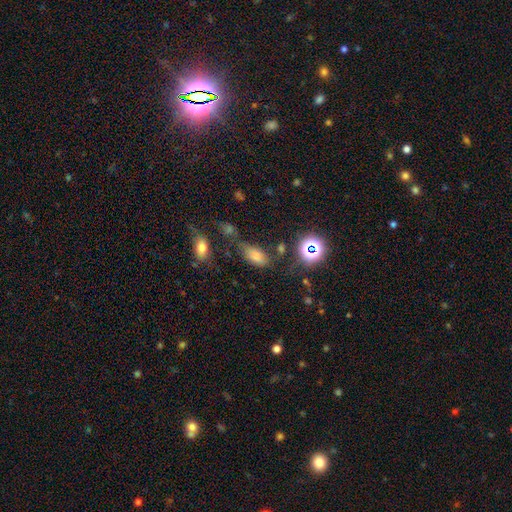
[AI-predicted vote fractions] Smooth or featured? smooth (66%)
How rounded? in between (85%)
Merging? none (56%)